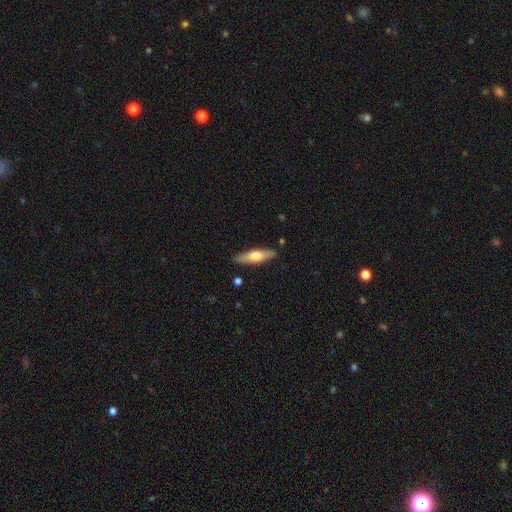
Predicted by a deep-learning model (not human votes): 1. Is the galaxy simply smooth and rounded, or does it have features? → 49% smooth, 46% featured or disk, 5% star or artifact.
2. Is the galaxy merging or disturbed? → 87% none, 9% minor disturbance, 2% major disturbance, 2% merger.